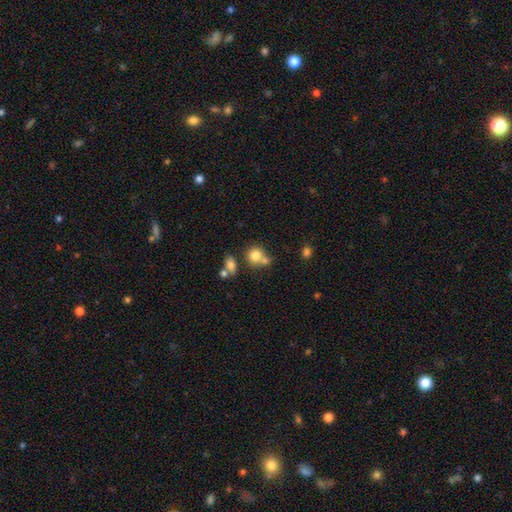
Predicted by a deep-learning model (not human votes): Smooth or featured?
  - smooth: 79% *
  - star or artifact: 11%
  - featured or disk: 10%
How rounded?
  - round: 80% *
  - in between: 19%
  - cigar-shaped: 1%
Merging?
  - none: 46% *
  - merger: 40%
  - minor disturbance: 10%
  - major disturbance: 4%